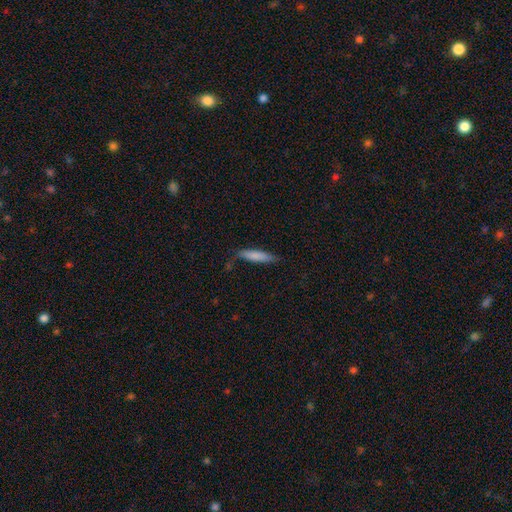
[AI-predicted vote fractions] Morphology: type=smooth (81%); roundness=cigar-shaped (81%); merging=none (76%).